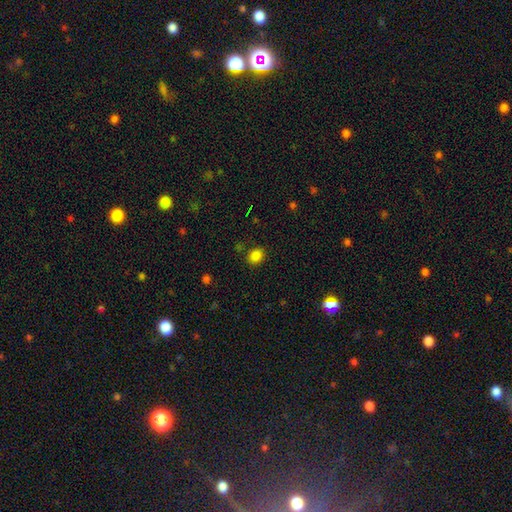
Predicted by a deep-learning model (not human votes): smooth-or-featured: smooth: 83% | star or artifact: 13% | featured or disk: 4%
  how-rounded: round: 62% | in between: 37% | cigar-shaped: 1%
  merging: none: 84% | minor disturbance: 10% | major disturbance: 3% | merger: 3%